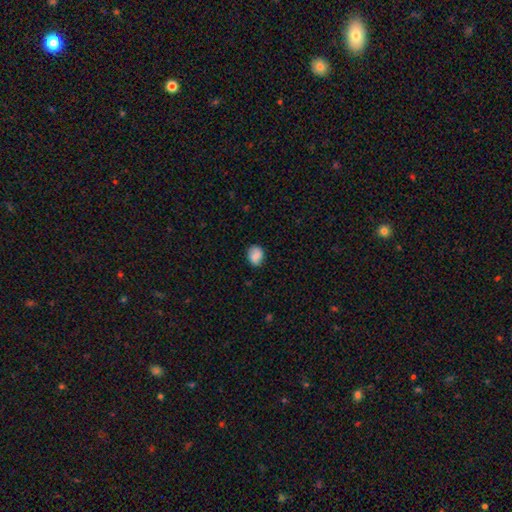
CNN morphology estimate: The model was most divided on "how rounded": round: 52%, in between: 47%, cigar-shaped: 1%. More confident: smooth or featured — smooth (83%); merging — none (77%).